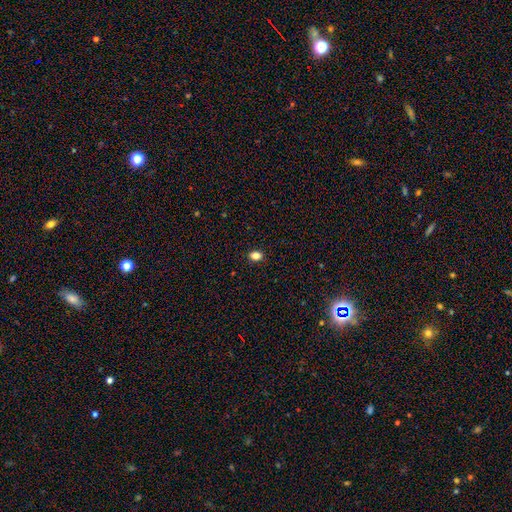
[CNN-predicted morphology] type=smooth (84%); roundness=in between (71%); merging=none (90%).